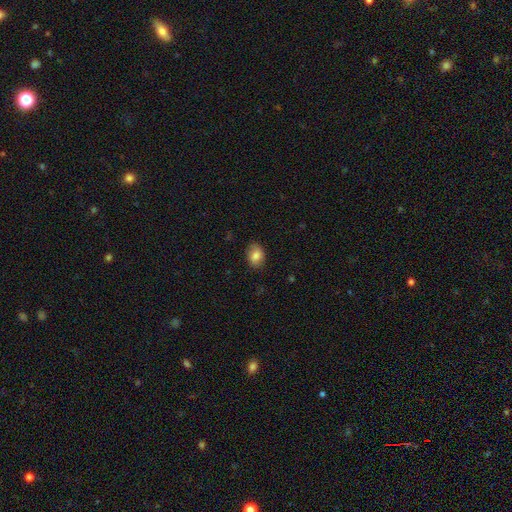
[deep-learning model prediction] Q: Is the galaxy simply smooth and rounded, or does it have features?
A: smooth — 82%.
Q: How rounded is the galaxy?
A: in between — 73%.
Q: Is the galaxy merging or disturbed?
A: none — 82%.